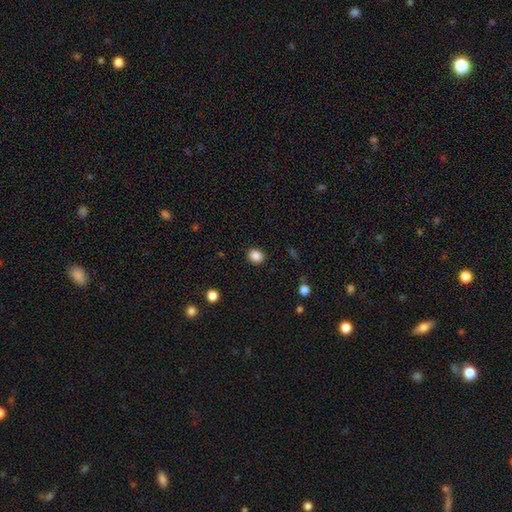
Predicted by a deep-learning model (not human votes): A smooth galaxy with no disk features (87%) that is round (70%).

Vote fractions:
- Smooth or featured? smooth: 87% / star or artifact: 10% / featured or disk: 3%
- How rounded? round: 70% / in between: 29% / cigar-shaped: 1%
- Merging? none: 90% / minor disturbance: 6% / major disturbance: 2% / merger: 1%